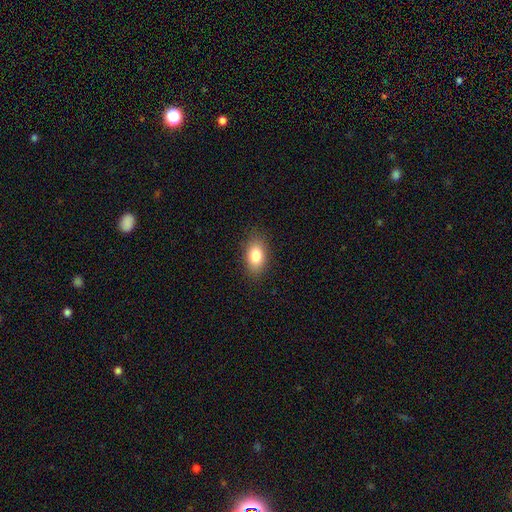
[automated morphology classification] A smooth galaxy with no disk features (83%) that is in between round and cigar-shaped (88%).

Vote fractions:
- Smooth or featured? smooth: 83% / featured or disk: 9% / star or artifact: 8%
- How rounded? in between: 88% / round: 10% / cigar-shaped: 2%
- Merging? none: 86% / minor disturbance: 10% / major disturbance: 3% / merger: 1%